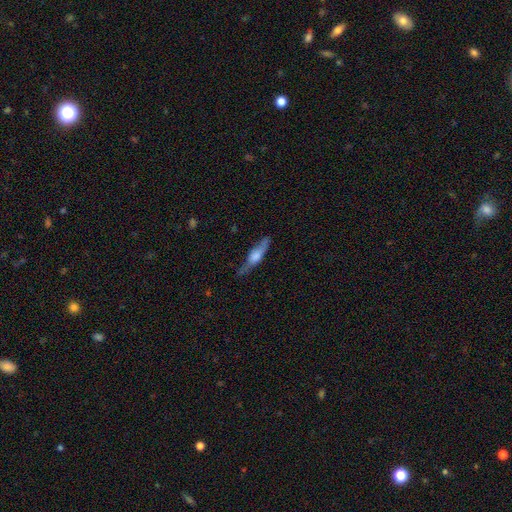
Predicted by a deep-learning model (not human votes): Smooth or featured? Predicted: featured or disk (p=0.52). Edge-on disk? Predicted: yes (p=0.87). Merging? Predicted: none (p=0.68).